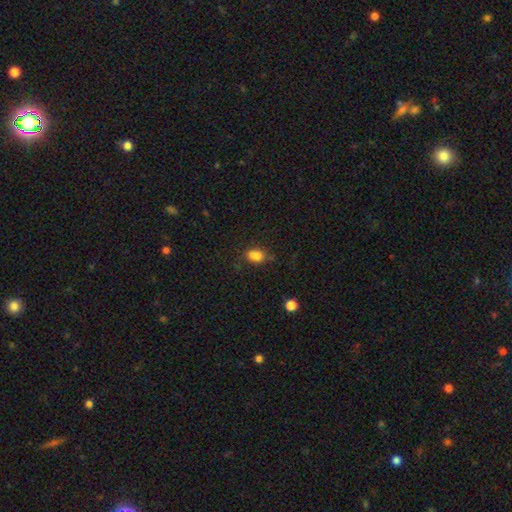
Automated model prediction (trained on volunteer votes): smooth-or-featured: smooth: 77% | star or artifact: 14% | featured or disk: 9%
  how-rounded: in between: 65% | round: 33% | cigar-shaped: 2%
  merging: none: 54% | minor disturbance: 21% | merger: 18% | major disturbance: 8%